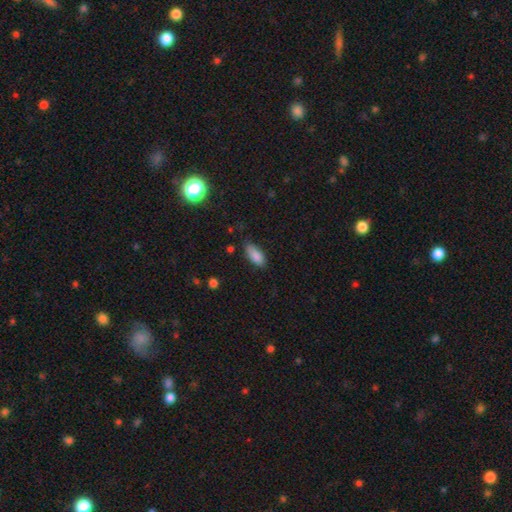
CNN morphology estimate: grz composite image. It shows a smooth galaxy with no disk features (86%) that is in between round and cigar-shaped (83%). Merging: none (71%).